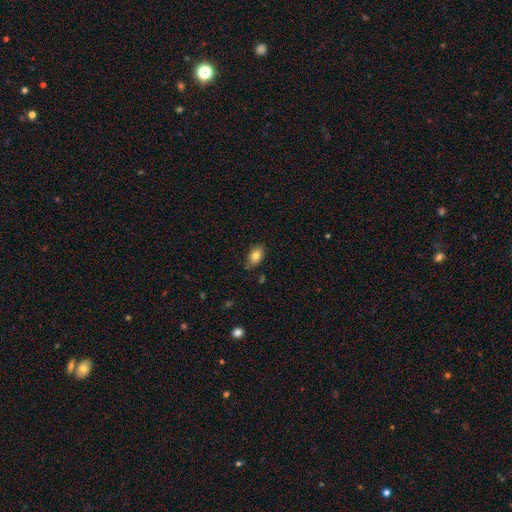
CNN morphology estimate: Overall: smooth (82%). How rounded: in between (85%). Merging: none (81%).